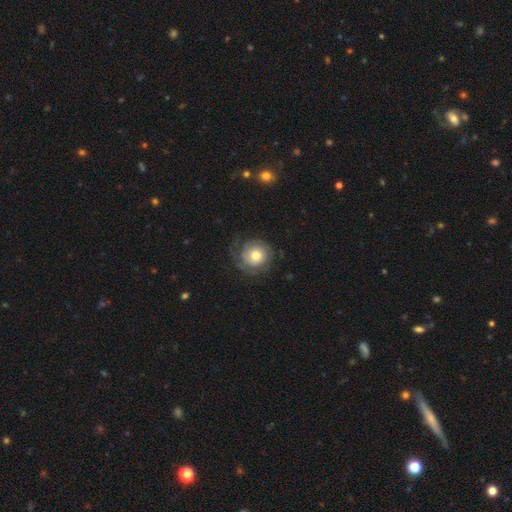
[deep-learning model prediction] A featured or disk galaxy (54%) with no bar (84%), spiral arms (83%) and a moderate central bulge (62%).

Vote fractions:
- Smooth or featured? featured or disk: 54% / smooth: 38% / star or artifact: 8%
- Edge-on disk? no: 97% / yes: 3%
- Bar? no: 84% / weak: 14% / strong: 3%
- Spiral arms? yes: 83% / no: 17%
- Bulge size? moderate: 62% / large: 19% / small: 15% / dominant: 2% / none: 1%
- Merging? none: 69% / minor disturbance: 17% / major disturbance: 13% / merger: 1%